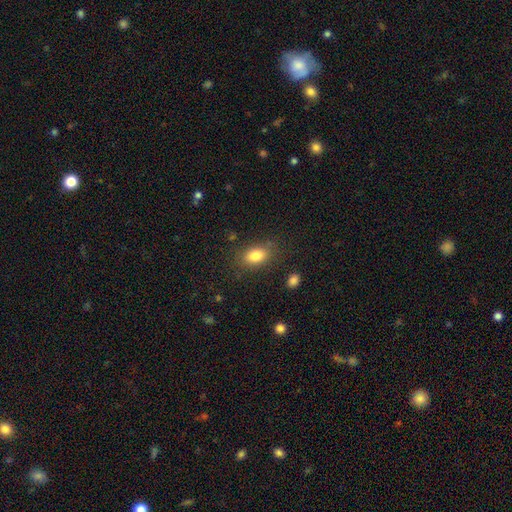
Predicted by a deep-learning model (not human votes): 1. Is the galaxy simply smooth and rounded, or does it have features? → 83% smooth, 9% star or artifact, 8% featured or disk.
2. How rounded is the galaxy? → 86% in between, 11% round, 3% cigar-shaped.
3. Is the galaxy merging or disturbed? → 80% none, 14% minor disturbance, 5% major disturbance, 2% merger.